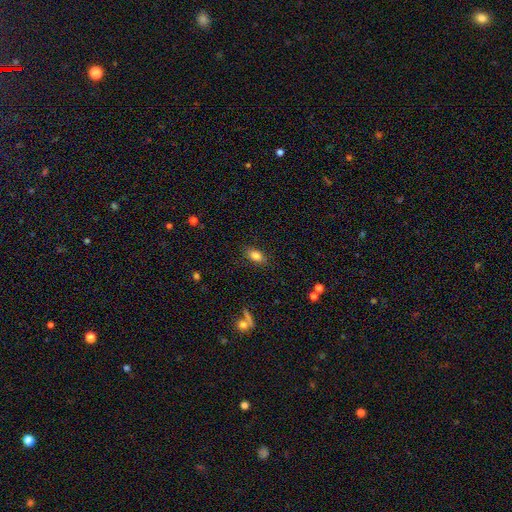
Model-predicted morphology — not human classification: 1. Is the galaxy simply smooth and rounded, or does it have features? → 83% smooth, 10% star or artifact, 8% featured or disk.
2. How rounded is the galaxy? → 85% in between, 11% round, 4% cigar-shaped.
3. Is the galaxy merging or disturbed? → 85% none, 10% minor disturbance, 3% major disturbance, 1% merger.